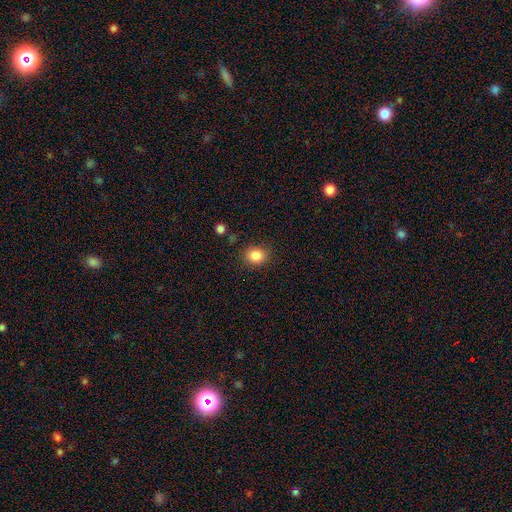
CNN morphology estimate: smooth_or_featured: smooth (p=0.85) [alt: star or artifact p=0.10]
how_rounded: round (p=0.63) [alt: in between p=0.36]
merging: none (p=0.84) [alt: minor disturbance p=0.11]